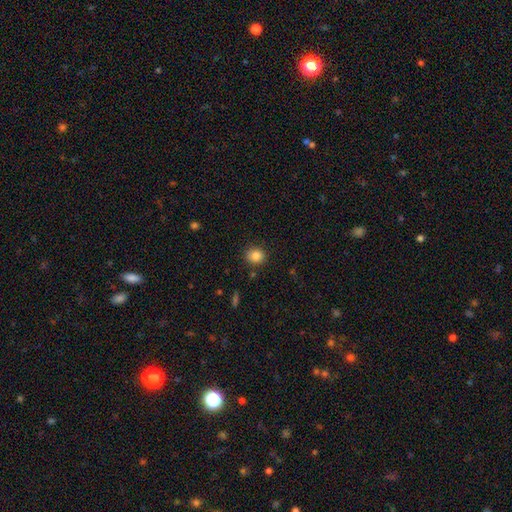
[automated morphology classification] A smooth galaxy with no disk features (84%) that is round (78%).

Vote fractions:
- Smooth or featured? smooth: 84% / star or artifact: 10% / featured or disk: 5%
- How rounded? round: 78% / in between: 21% / cigar-shaped: 1%
- Merging? none: 87% / minor disturbance: 9% / major disturbance: 2% / merger: 2%